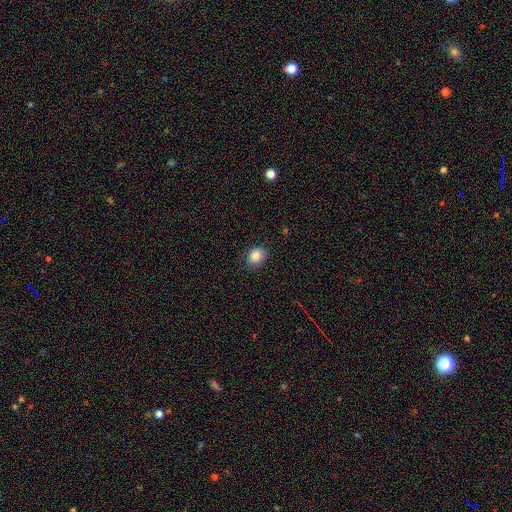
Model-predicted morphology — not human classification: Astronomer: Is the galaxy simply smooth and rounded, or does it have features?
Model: smooth — 86%.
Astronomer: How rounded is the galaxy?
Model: round — 51% (runner-up: in between, 48%).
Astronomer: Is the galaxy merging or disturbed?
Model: none — 85%.